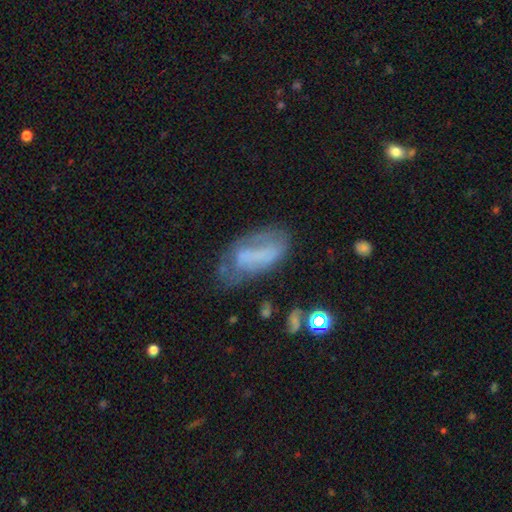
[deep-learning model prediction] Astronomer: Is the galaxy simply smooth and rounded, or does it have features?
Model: featured or disk — 45% (runner-up: smooth, 43%).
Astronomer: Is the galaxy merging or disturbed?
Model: none — 45% (runner-up: minor disturbance, 29%).